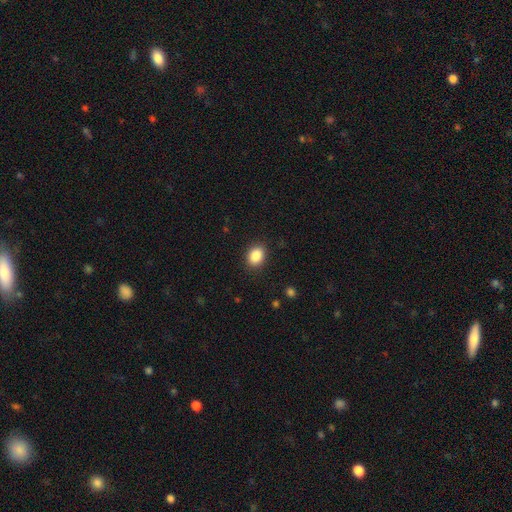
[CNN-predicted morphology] Q: Smooth or featured?
A: smooth (88%); runner-up: star or artifact (9%)
Q: How rounded?
A: in between (64%); runner-up: round (35%)
Q: Merging?
A: none (88%); runner-up: minor disturbance (9%)